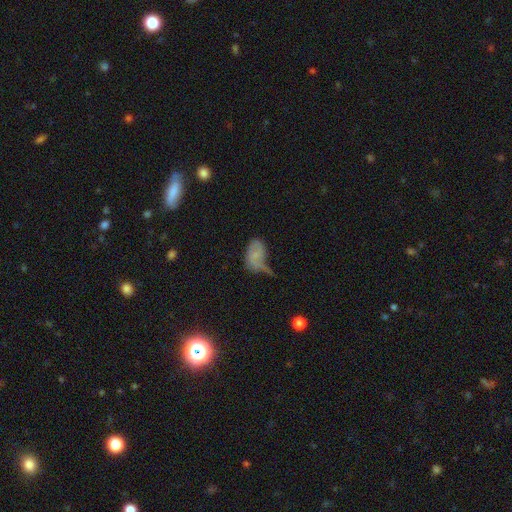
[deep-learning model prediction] Smooth or featured?
  - smooth: 45% * (tied)
  - featured or disk: 45% * (tied)
  - star or artifact: 10%
Merging?
  - major disturbance: 33% *
  - minor disturbance: 31%
  - none: 25%
  - merger: 11%